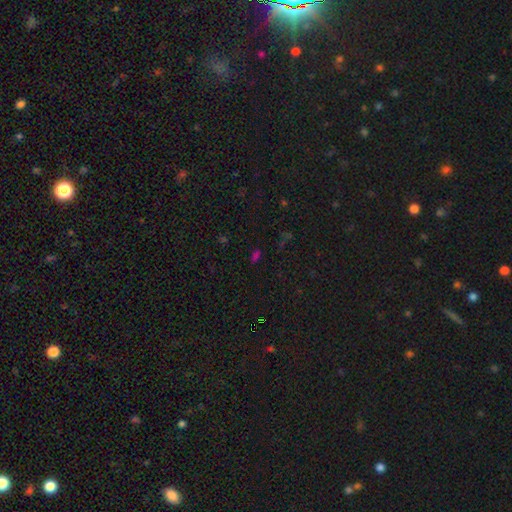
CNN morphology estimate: Smooth or featured: smooth — 49% (star or artifact — 44%)
Merging: none — 75% (minor disturbance — 13%)